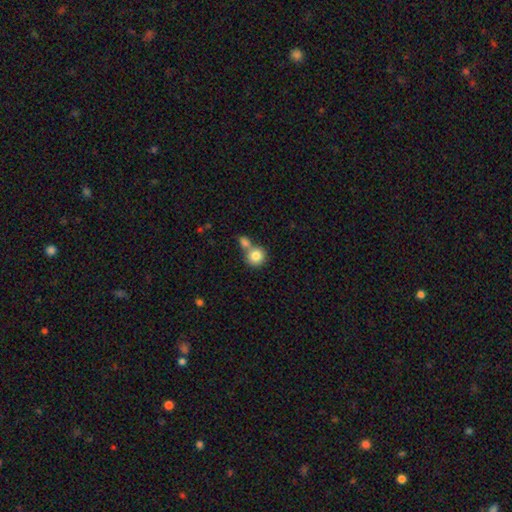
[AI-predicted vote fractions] Smooth or featured: smooth — 82% (star or artifact — 9%)
How rounded: round — 88% (in between — 11%)
Merging: none — 47% (merger — 43%)